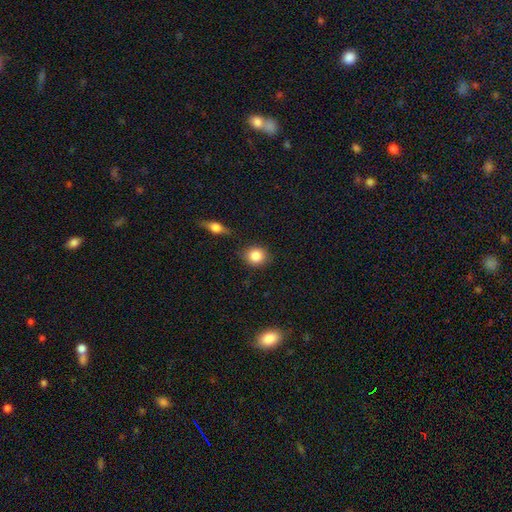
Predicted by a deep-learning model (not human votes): smooth_or_featured: smooth (p=0.84) [alt: star or artifact p=0.09]
how_rounded: round (p=0.76) [alt: in between p=0.23]
merging: none (p=0.84) [alt: minor disturbance p=0.10]